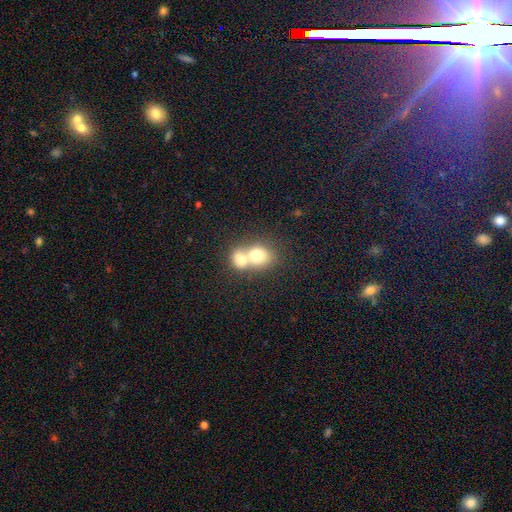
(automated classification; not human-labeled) Smooth or featured? smooth (70%)
How rounded? round (55%)
Merging? merger (75%)